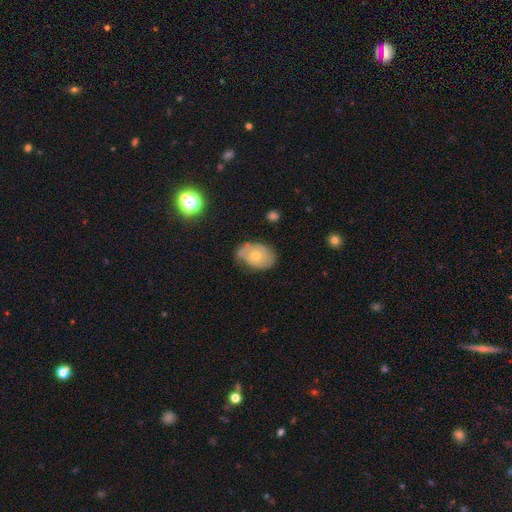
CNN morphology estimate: Q: Smooth or featured?
A: featured or disk (53%); runner-up: smooth (40%)
Q: Edge-on disk?
A: no (95%); runner-up: yes (5%)
Q: Bar?
A: no (83%); runner-up: weak (14%)
Q: Spiral arms?
A: yes (63%); runner-up: no (37%)
Q: Bulge size?
A: moderate (53%); runner-up: small (43%)
Q: Merging?
A: none (57%); runner-up: minor disturbance (33%)